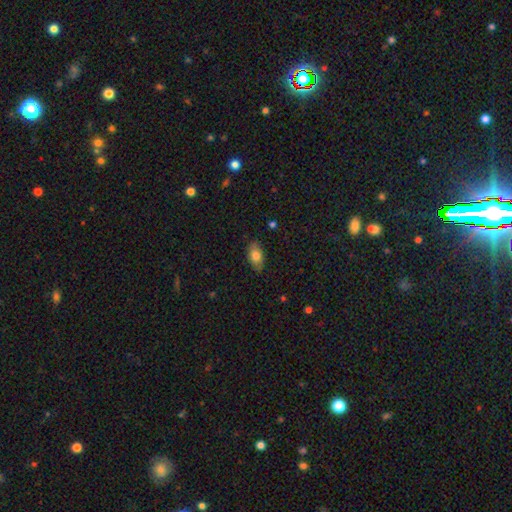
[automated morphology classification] Q: Smooth or featured?
A: smooth (76%); runner-up: featured or disk (17%)
Q: How rounded?
A: in between (91%); runner-up: round (5%)
Q: Merging?
A: none (83%); runner-up: minor disturbance (14%)